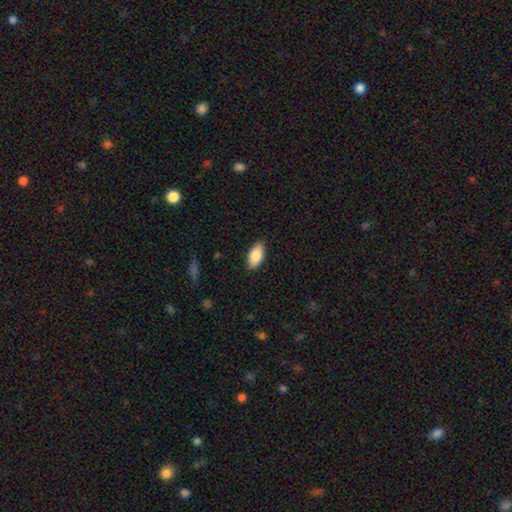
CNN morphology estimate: type=smooth (85%); roundness=in between (92%); merging=none (88%).